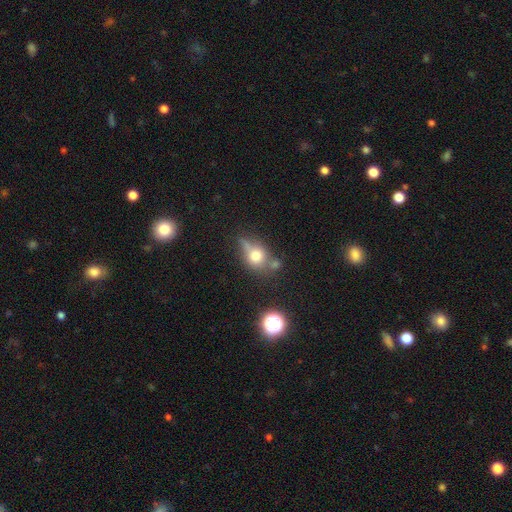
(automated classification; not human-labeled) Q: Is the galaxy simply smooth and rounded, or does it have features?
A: smooth — 60%.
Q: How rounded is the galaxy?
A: round — 55%.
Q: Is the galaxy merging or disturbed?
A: none — 45%.